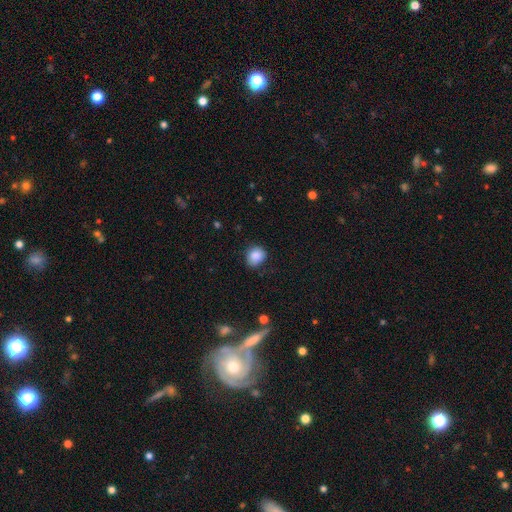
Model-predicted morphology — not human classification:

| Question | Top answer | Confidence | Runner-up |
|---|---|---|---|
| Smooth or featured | smooth | 86% | star or artifact (9%) |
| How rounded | round | 70% | in between (30%) |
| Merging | none | 75% | minor disturbance (19%) |